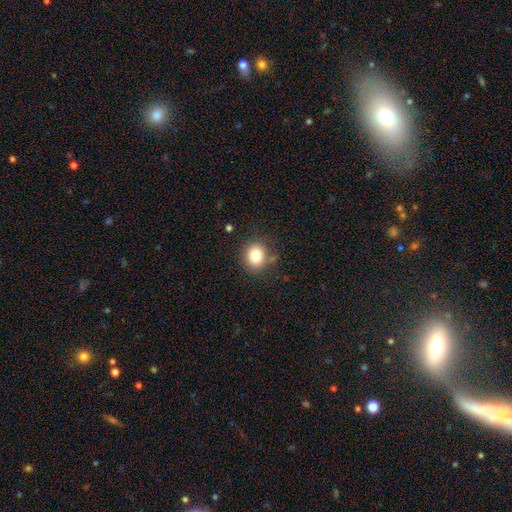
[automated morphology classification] A smooth galaxy with no disk features (82%) that is round (73%). Merging: none (78%).